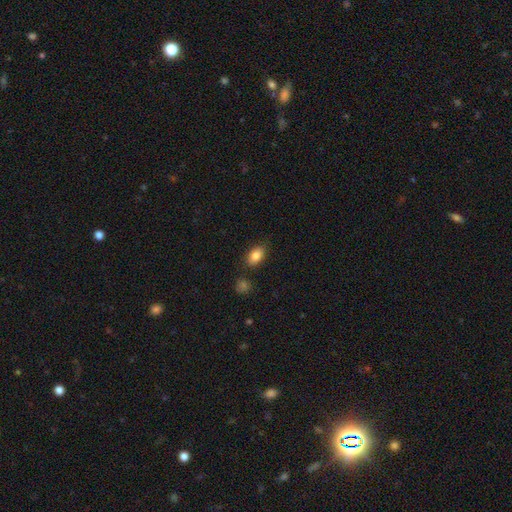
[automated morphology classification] type=smooth (84%); roundness=in between (88%); merging=none (81%).